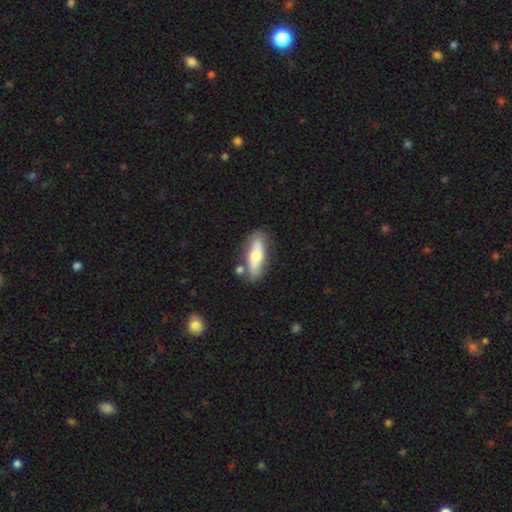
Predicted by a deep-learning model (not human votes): The model was most divided on "how rounded": in between: 49%, cigar-shaped: 48%, round: 3%. More confident: merging — none (73%); smooth or featured — smooth (51%).